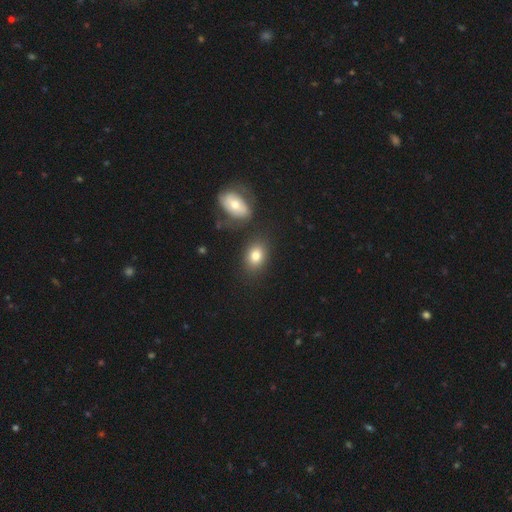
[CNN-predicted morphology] smooth_or_featured: smooth (p=0.80) [alt: featured or disk p=0.11]
how_rounded: in between (p=0.69) [alt: round p=0.30]
merging: none (p=0.76) [alt: minor disturbance p=0.11]